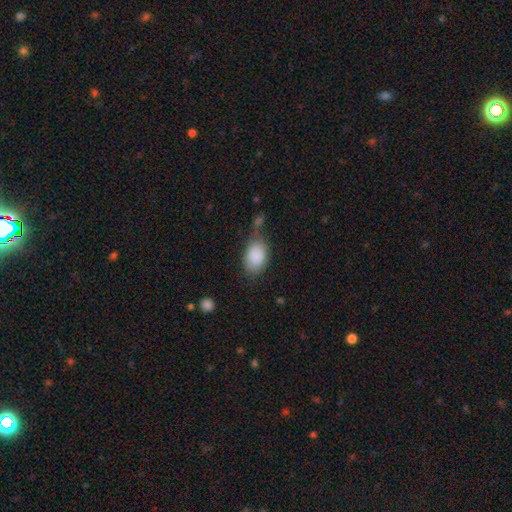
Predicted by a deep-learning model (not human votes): Smooth or featured? smooth (88%)
How rounded? in between (85%)
Merging? none (54%)